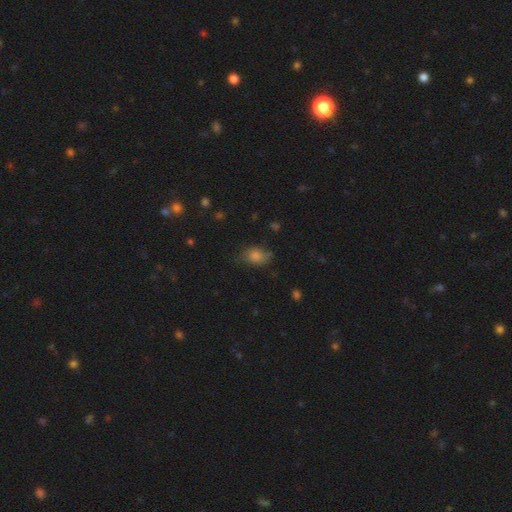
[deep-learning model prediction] A smooth galaxy with no disk features (77%) that is in between round and cigar-shaped (69%). Merging: none (64%).